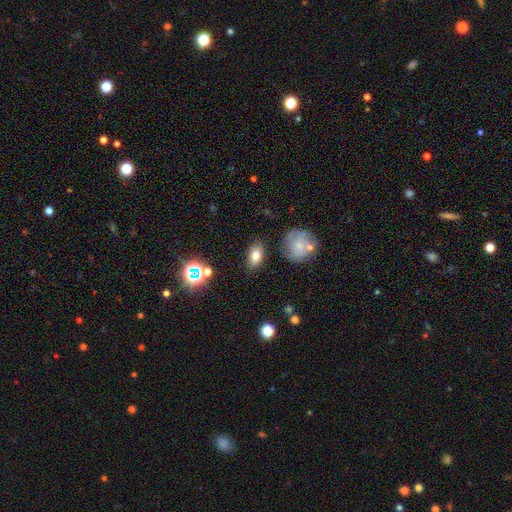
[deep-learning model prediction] A smooth galaxy with no disk features (74%) that is in between round and cigar-shaped (86%). Merging: none (82%).